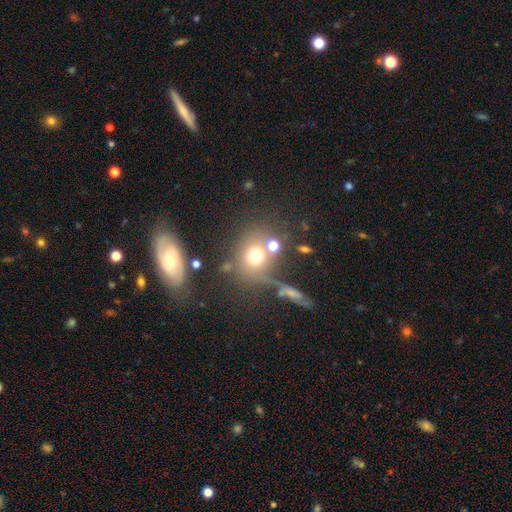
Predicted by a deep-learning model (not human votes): Smooth or featured: smooth — 65% (star or artifact — 18%)
How rounded: round — 75% (in between — 23%)
Merging: none — 60% (merger — 19%)